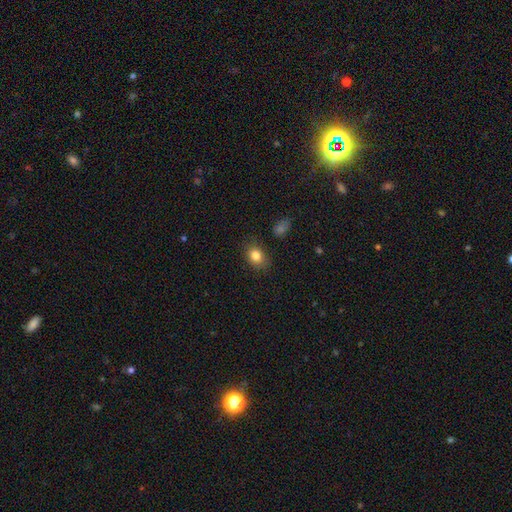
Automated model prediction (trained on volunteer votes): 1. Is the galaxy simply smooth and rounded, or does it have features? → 82% smooth, 10% star or artifact, 8% featured or disk.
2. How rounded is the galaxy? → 66% in between, 33% round, 1% cigar-shaped.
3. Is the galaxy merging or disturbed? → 82% none, 13% minor disturbance, 3% major disturbance, 2% merger.